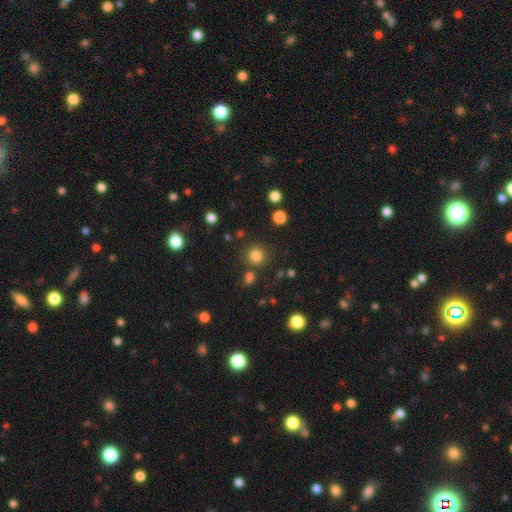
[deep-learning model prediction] Smooth or featured: smooth — 81% (star or artifact — 14%)
How rounded: round — 93% (in between — 6%)
Merging: none — 82% (minor disturbance — 7%)